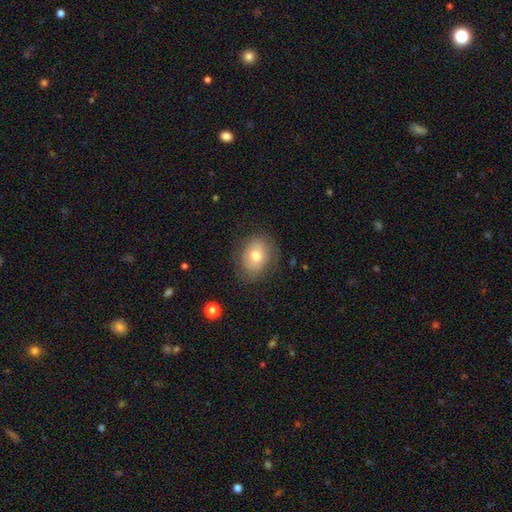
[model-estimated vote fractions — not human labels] This is likely a smooth galaxy (68%). How rounded: possibly in between (59%). Merging: likely none (76%).